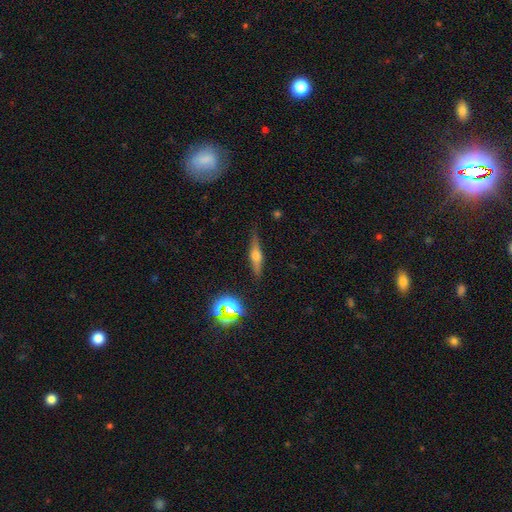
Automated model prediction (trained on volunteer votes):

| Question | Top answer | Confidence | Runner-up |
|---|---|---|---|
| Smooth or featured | featured or disk | 57% | smooth (31%) |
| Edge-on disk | yes | 94% | no (6%) |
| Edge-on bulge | rounded | 89% | boxy (7%) |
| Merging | none | 84% | minor disturbance (11%) |